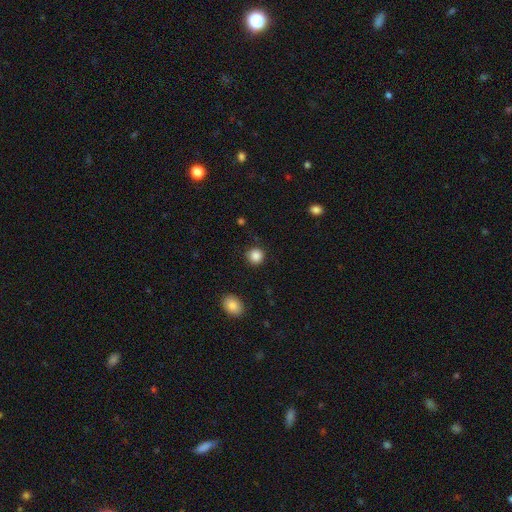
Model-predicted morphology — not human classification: The model was most divided on "smooth or featured": smooth: 87%, star or artifact: 10%, featured or disk: 3%. More confident: how rounded — round (93%); merging — none (90%).